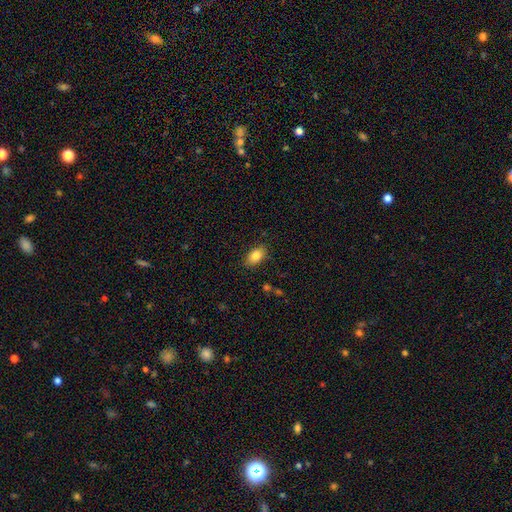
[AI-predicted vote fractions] smooth 85%, star or artifact 8%, featured or disk 7%. Down the decision tree: how rounded — in between (89%); merging — none (84%).